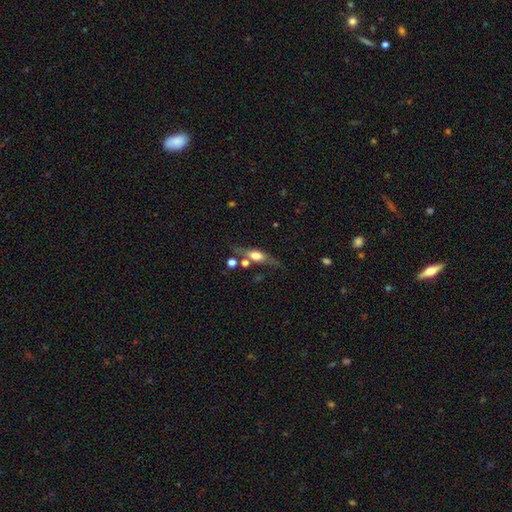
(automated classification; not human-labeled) Smooth or featured? Predicted: featured or disk (p=0.54). Edge-on disk? Predicted: yes (p=0.79). Merging? Predicted: none (p=0.62).